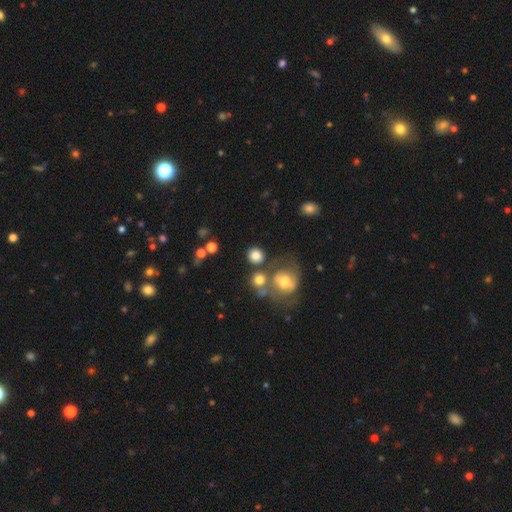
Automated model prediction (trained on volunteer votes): Smooth or featured?
  - smooth: 81% *
  - star or artifact: 11%
  - featured or disk: 8%
How rounded?
  - round: 85% *
  - in between: 14%
  - cigar-shaped: 1%
Merging?
  - none: 67% *
  - merger: 15%
  - minor disturbance: 12%
  - major disturbance: 7%